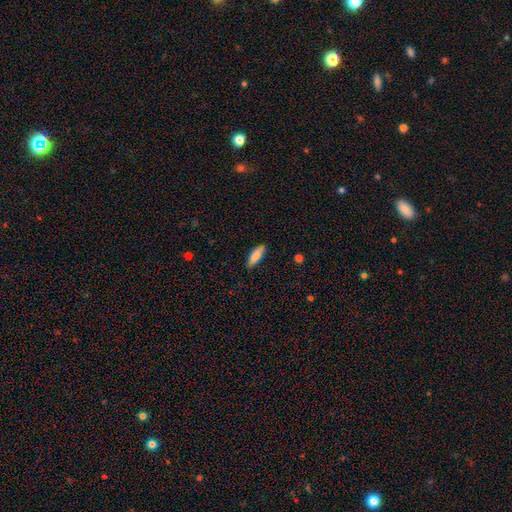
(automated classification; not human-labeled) Overall: smooth (84%). How rounded: in between (59%; cigar-shaped 39%). Merging: none (82%).